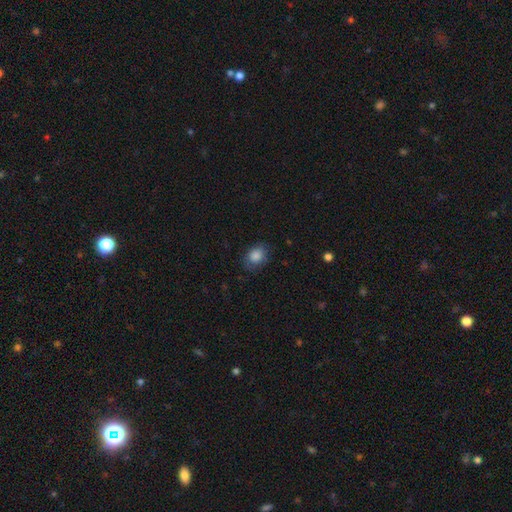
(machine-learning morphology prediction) Smooth or featured: smooth — 86% (star or artifact — 8%)
How rounded: in between — 67% (round — 32%)
Merging: none — 75% (minor disturbance — 19%)